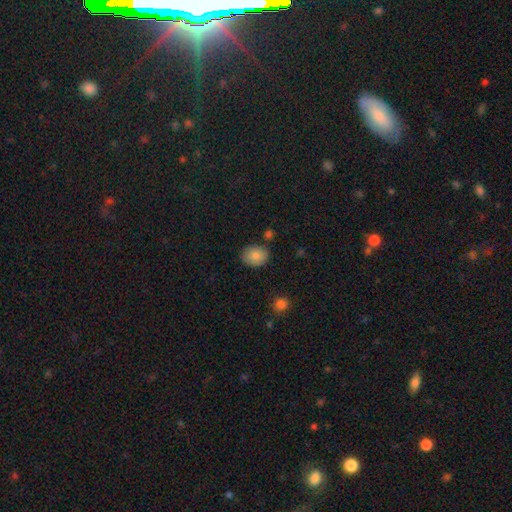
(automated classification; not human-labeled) The model was most divided on "how rounded": in between: 51%, round: 48%, cigar-shaped: 1%. More confident: smooth or featured — smooth (83%); merging — none (81%).